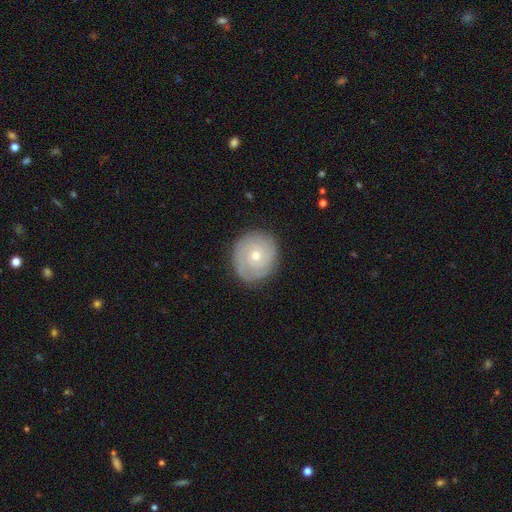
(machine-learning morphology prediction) type=featured or disk (61%); edge-on=no (97%); bar=no (83%); spiral arms=yes (84%); bulge=small (50%); merging=none (83%).